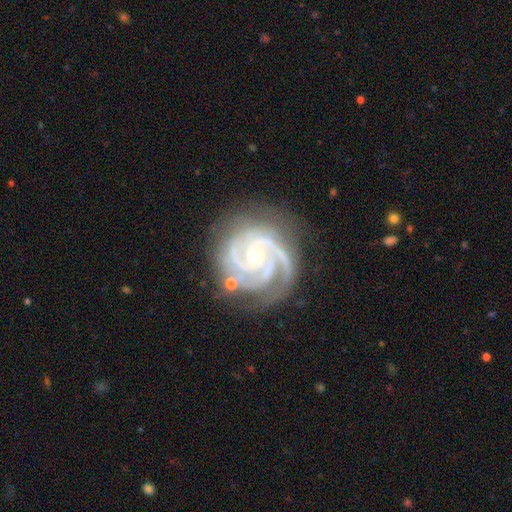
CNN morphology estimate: Smooth or featured: featured or disk — 92% (star or artifact — 5%)
Edge-on disk: no — 98% (yes — 2%)
Bar: no — 66% (weak — 24%)
Spiral arms: yes — 99% (no — 1%)
Spiral winding: tight — 66% (medium — 31%)
Spiral arm count: 3 — 57% (2 — 16%)
Bulge size: small — 62% (moderate — 35%)
Merging: none — 73% (minor disturbance — 17%)